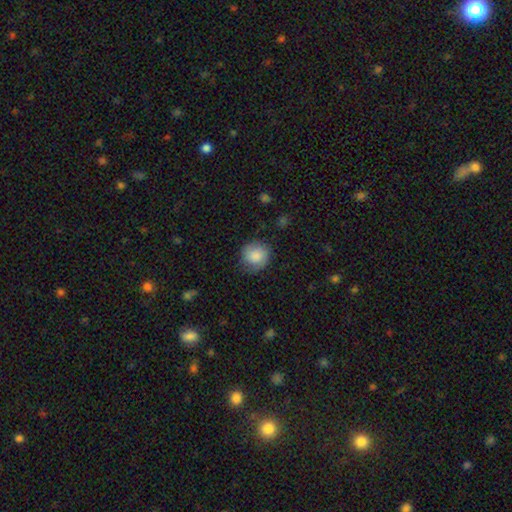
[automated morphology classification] Overall: smooth (79%). How rounded: round (87%). Merging: none (71%).